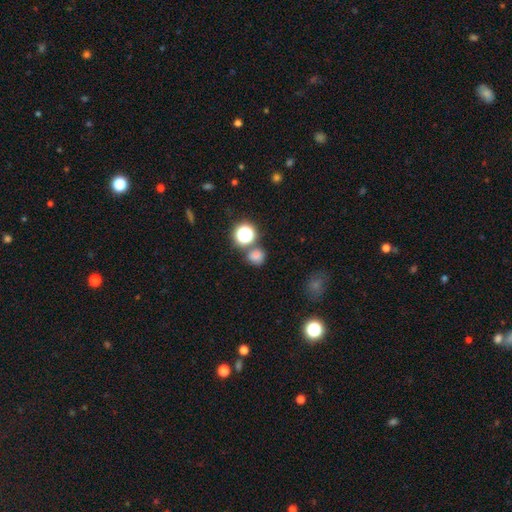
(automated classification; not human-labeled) smooth-or-featured: smooth: 73% | star or artifact: 20% | featured or disk: 6%
  how-rounded: round: 82% | in between: 17% | cigar-shaped: 1%
  merging: none: 71% | merger: 16% | minor disturbance: 9% | major disturbance: 3%